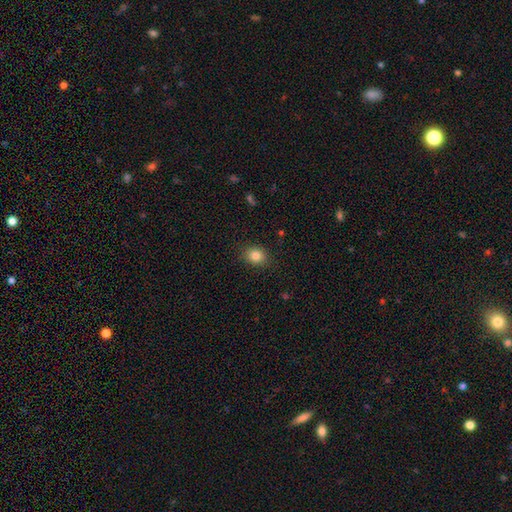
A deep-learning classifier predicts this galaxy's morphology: Q: Smooth or featured?
A: smooth (84%); runner-up: star or artifact (10%)
Q: How rounded?
A: round (57%); runner-up: in between (42%)
Q: Merging?
A: none (87%); runner-up: minor disturbance (9%)